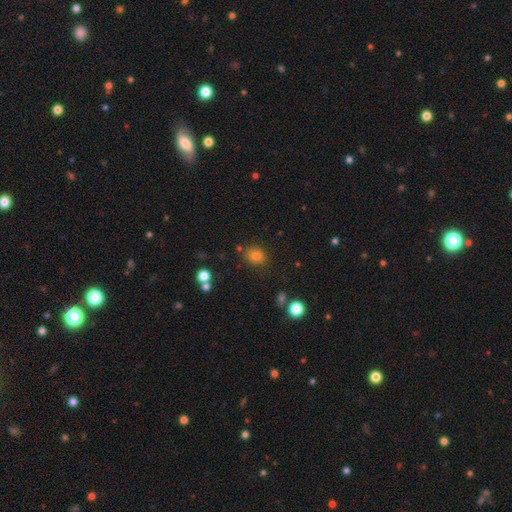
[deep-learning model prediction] Overall: smooth (79%). How rounded: round (57%; in between 42%). Merging: none (79%).